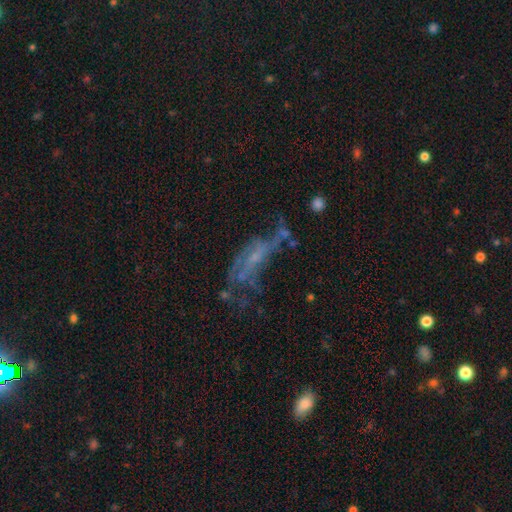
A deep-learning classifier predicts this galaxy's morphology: Smooth or featured? featured or disk (63%)
Edge-on disk? no (85%)
Bar? no (59%)
Spiral arms? no (51%)
Bulge size? small (52%)
Merging? major disturbance (38%)